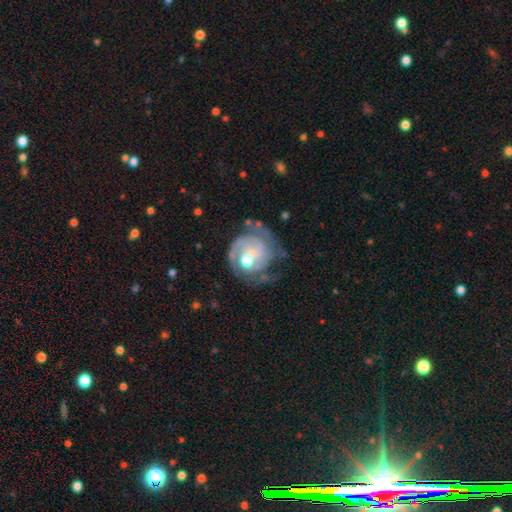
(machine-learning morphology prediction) A featured or disk galaxy (76%) with no bar (76%), 2 (31%) tight (56%) spiral arms (85%) and a moderate central bulge (64%).

Vote fractions:
- Smooth or featured? featured or disk: 76% / smooth: 18% / star or artifact: 6%
- Edge-on disk? no: 98% / yes: 2%
- Bar? no: 76% / weak: 20% / strong: 4%
- Spiral arms? yes: 85% / no: 15%
- Spiral winding? tight: 56% / medium: 30% / loose: 14%
- Spiral arm count? 2: 31% / 1: 28% / can't tell: 25% / 3: 10% / 4: 3% / more than 4: 3%
- Bulge size? moderate: 64% / small: 17% / large: 15% / none: 2% / dominant: 2%
- Merging? none: 44% / major disturbance: 28% / minor disturbance: 23% / merger: 5%